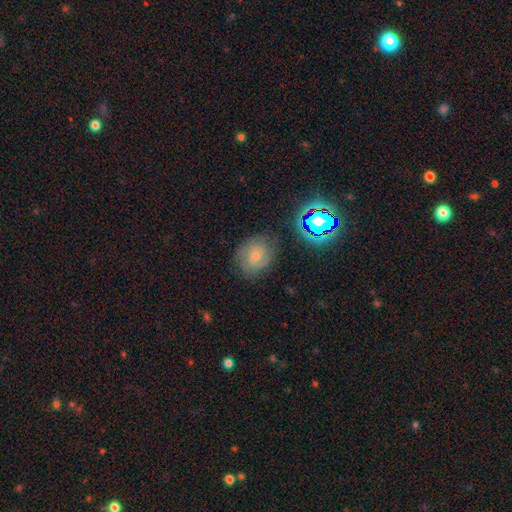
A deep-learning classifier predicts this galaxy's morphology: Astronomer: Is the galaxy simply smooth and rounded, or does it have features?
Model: featured or disk — 50% (runner-up: smooth, 34%).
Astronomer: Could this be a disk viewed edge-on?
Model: no — 96%.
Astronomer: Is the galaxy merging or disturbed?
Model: none — 75%.